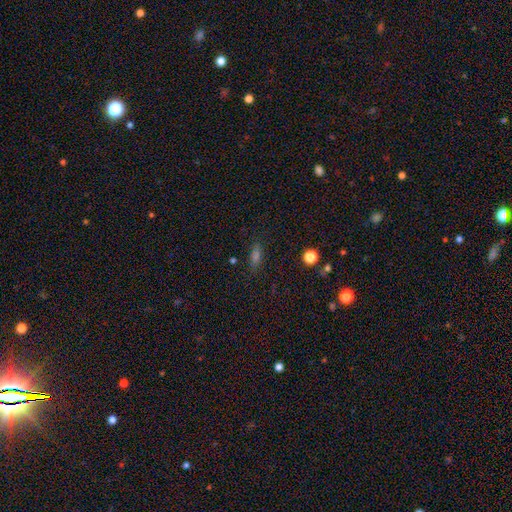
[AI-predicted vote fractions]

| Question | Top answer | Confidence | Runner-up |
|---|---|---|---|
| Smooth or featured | smooth | 60% | star or artifact (24%) |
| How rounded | in between | 54% | cigar-shaped (37%) |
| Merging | none | 80% | minor disturbance (13%) |